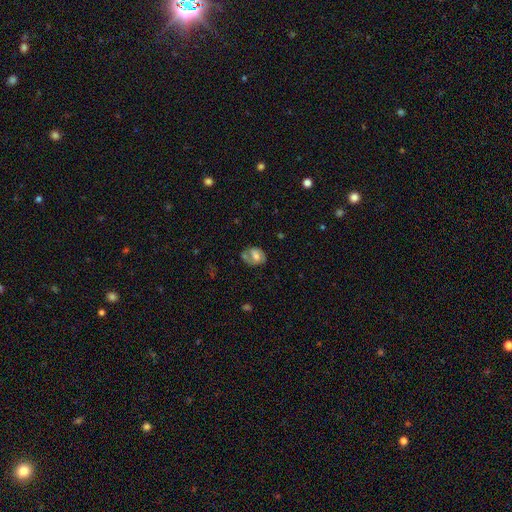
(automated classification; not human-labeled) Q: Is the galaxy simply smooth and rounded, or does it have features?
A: featured or disk — 48%.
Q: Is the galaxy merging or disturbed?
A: none — 55%.